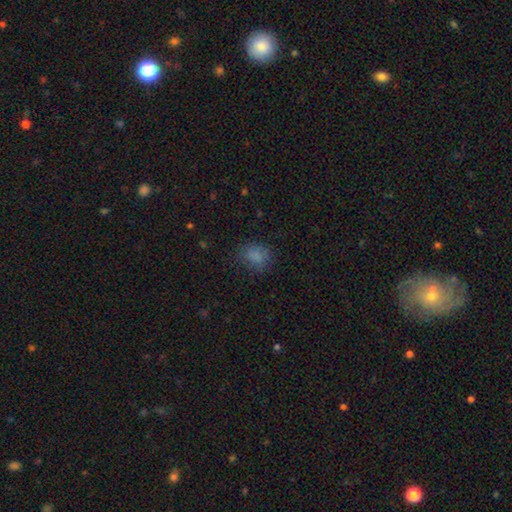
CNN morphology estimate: Q: Smooth or featured?
A: smooth (78%); runner-up: star or artifact (14%)
Q: How rounded?
A: in between (50%); runner-up: round (49%)
Q: Merging?
A: none (72%); runner-up: minor disturbance (19%)